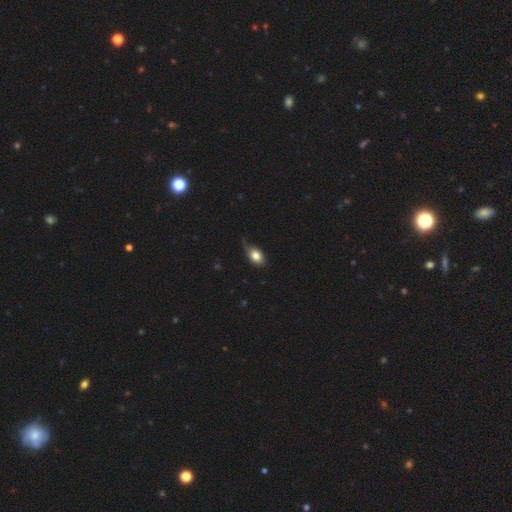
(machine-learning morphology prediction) type=smooth (81%); roundness=in between (81%); merging=none (56%).